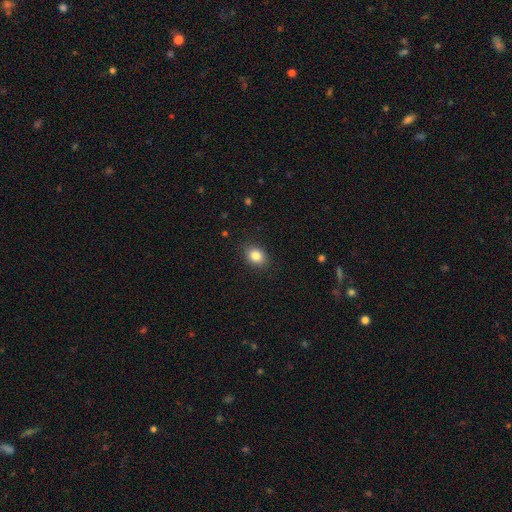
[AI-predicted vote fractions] A smooth galaxy with no disk features (84%) that is in between round and cigar-shaped (60%). Merging: none (87%).